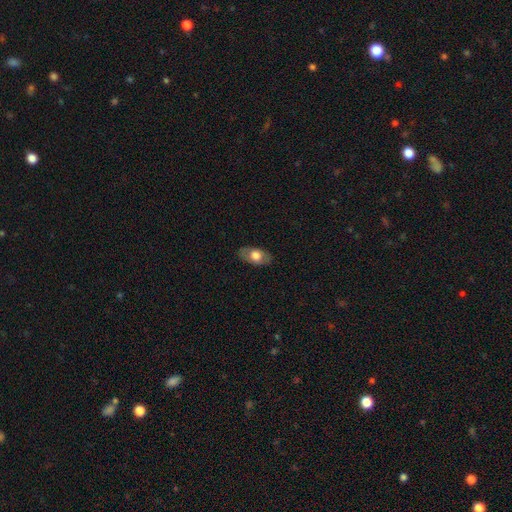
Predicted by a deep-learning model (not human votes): Smooth or featured?
  - smooth: 63% *
  - featured or disk: 31%
  - star or artifact: 6%
How rounded?
  - in between: 89% *
  - round: 8%
  - cigar-shaped: 3%
Merging?
  - none: 83% *
  - minor disturbance: 13%
  - major disturbance: 3%
  - merger: 1%